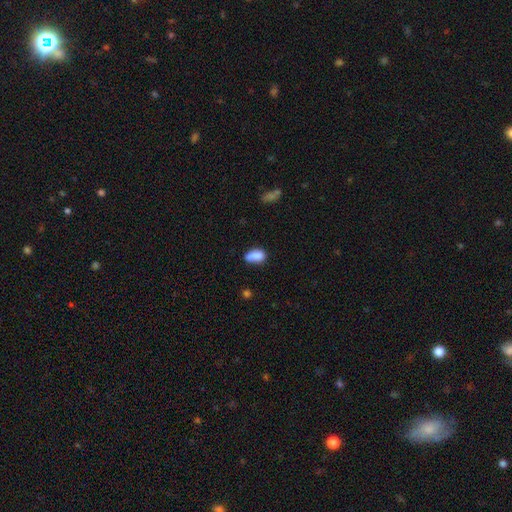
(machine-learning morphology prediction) smooth 83%, star or artifact 8%, featured or disk 8%. Down the decision tree: how rounded — in between (88%); merging — none (51%).